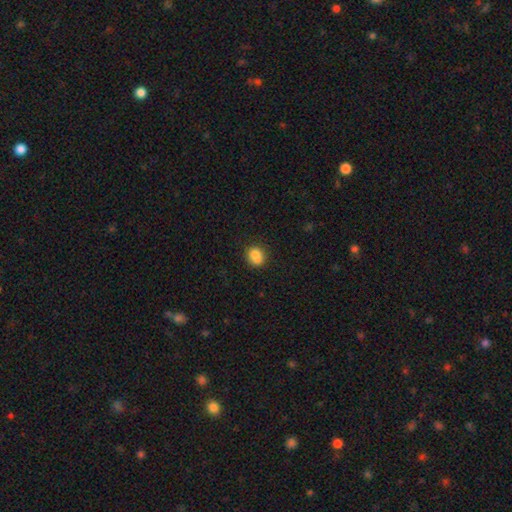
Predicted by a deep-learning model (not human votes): Smooth or featured? Predicted: smooth (p=0.80). How rounded? Predicted: round (p=0.68). Merging? Predicted: none (p=0.53).